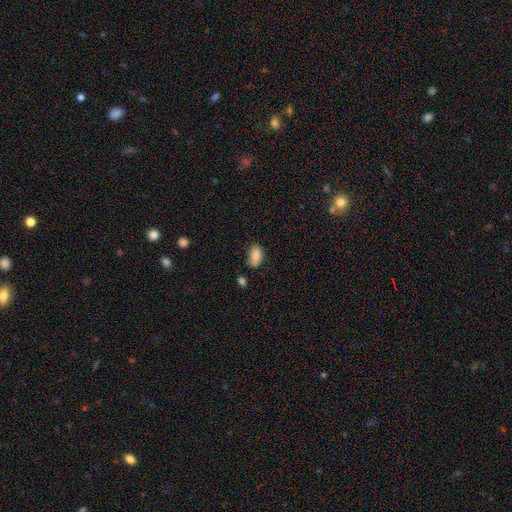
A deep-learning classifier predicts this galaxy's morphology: Smooth or featured? smooth (85%)
How rounded? in between (90%)
Merging? none (66%)